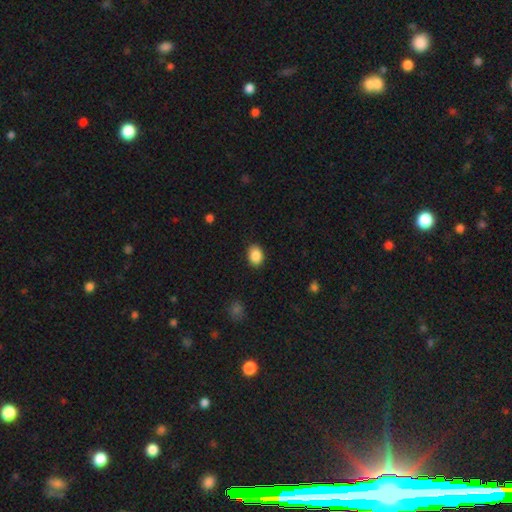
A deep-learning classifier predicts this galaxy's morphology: Smooth or featured: smooth — 88% (star or artifact — 8%)
How rounded: in between — 69% (round — 30%)
Merging: none — 88% (minor disturbance — 9%)